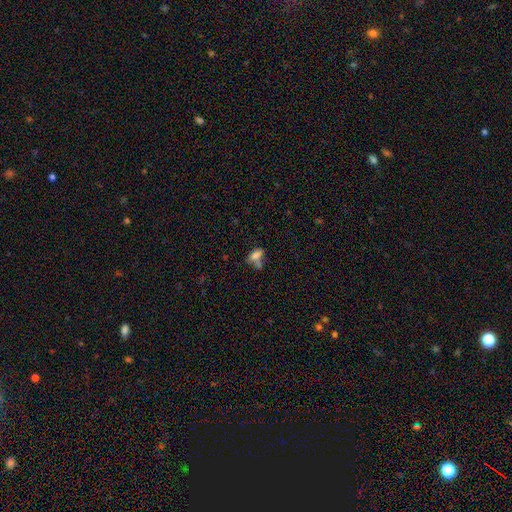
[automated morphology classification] Smooth or featured? Predicted: smooth (p=0.71). How rounded? Predicted: in between (p=0.82). Merging? Predicted: none (p=0.36).